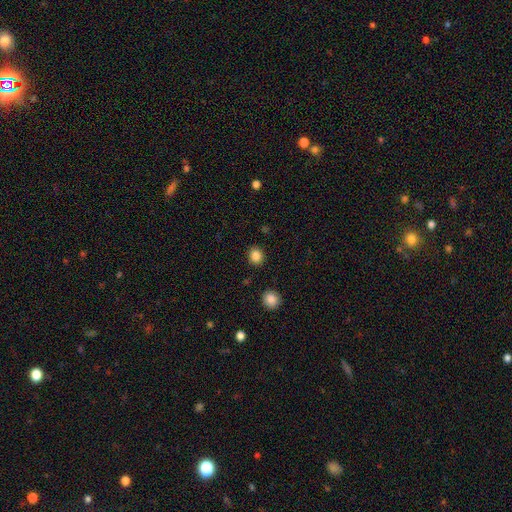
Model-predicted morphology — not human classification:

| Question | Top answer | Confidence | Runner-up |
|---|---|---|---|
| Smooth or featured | smooth | 85% | star or artifact (11%) |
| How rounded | round | 78% | in between (21%) |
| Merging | none | 89% | minor disturbance (7%) |